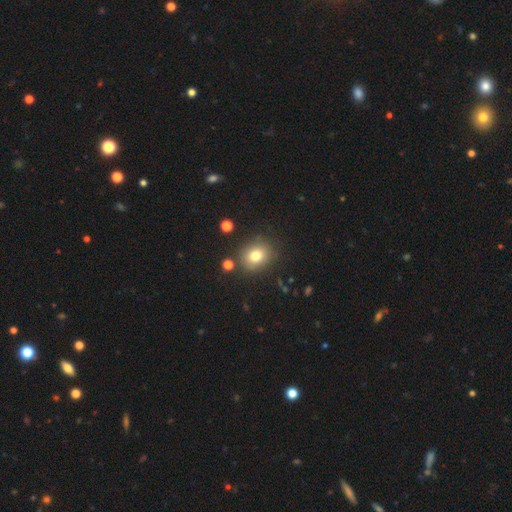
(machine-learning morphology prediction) Q: Smooth or featured?
A: smooth (78%); runner-up: star or artifact (12%)
Q: How rounded?
A: round (64%); runner-up: in between (35%)
Q: Merging?
A: none (83%); runner-up: minor disturbance (10%)